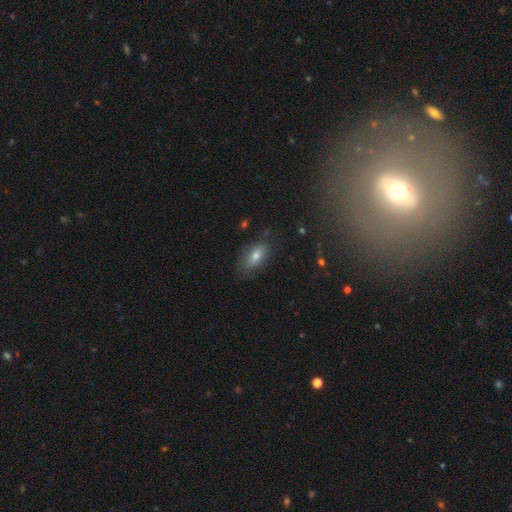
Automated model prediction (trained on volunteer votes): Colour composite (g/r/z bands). It shows a smooth galaxy with no disk features (72%) that is in between round and cigar-shaped (87%). Merging: none (78%).